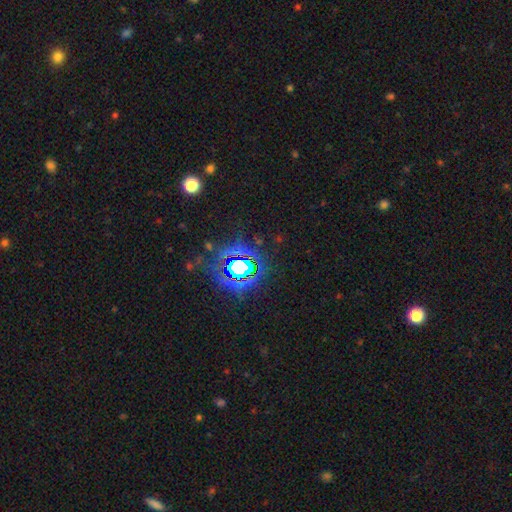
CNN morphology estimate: A star or artifact, not a galaxy (83%).